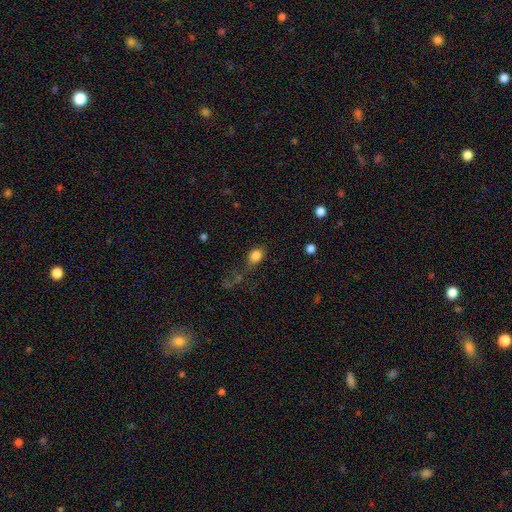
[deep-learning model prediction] smooth 83%, star or artifact 10%, featured or disk 6%. Down the decision tree: how rounded — in between (65%); merging — none (51%).